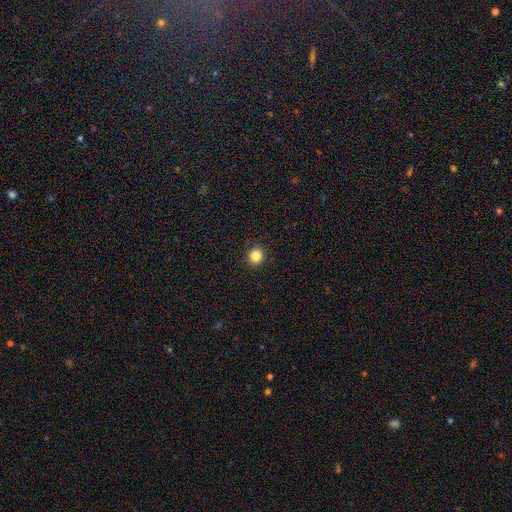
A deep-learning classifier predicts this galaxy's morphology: Overall: smooth (85%). How rounded: round (90%). Merging: none (93%).